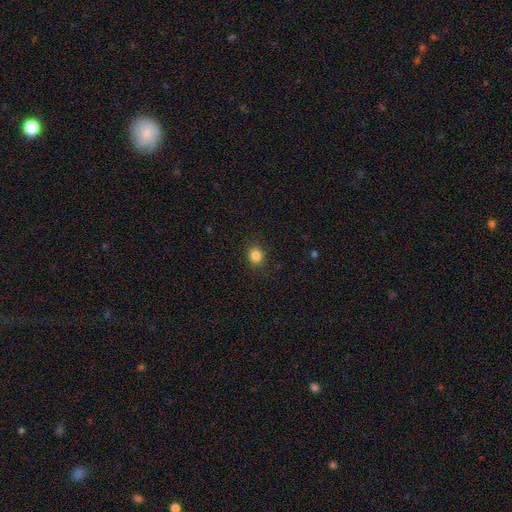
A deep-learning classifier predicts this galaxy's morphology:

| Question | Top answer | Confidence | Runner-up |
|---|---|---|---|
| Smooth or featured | smooth | 84% | star or artifact (12%) |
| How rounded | round | 82% | in between (17%) |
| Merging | none | 88% | minor disturbance (8%) |